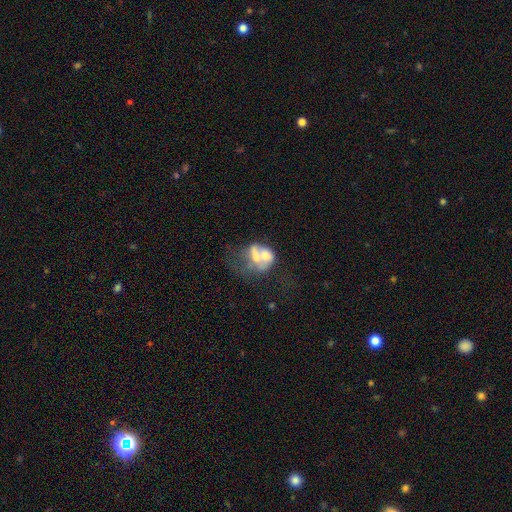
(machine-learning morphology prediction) type=smooth (45%); merging=merger (60%).